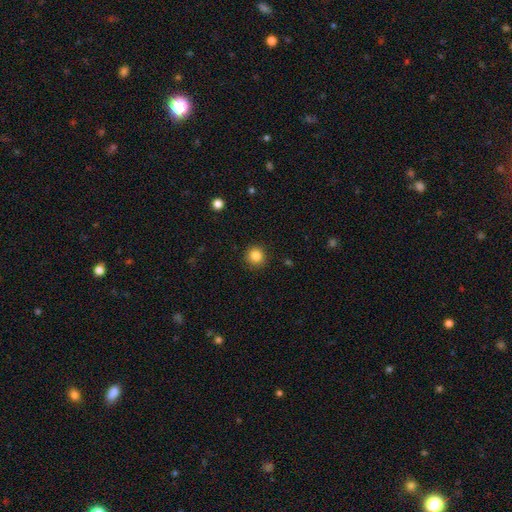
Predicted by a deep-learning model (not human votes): This appears to be a smooth galaxy with no disk features (85%) that is round (93%). Merging: none (90%).